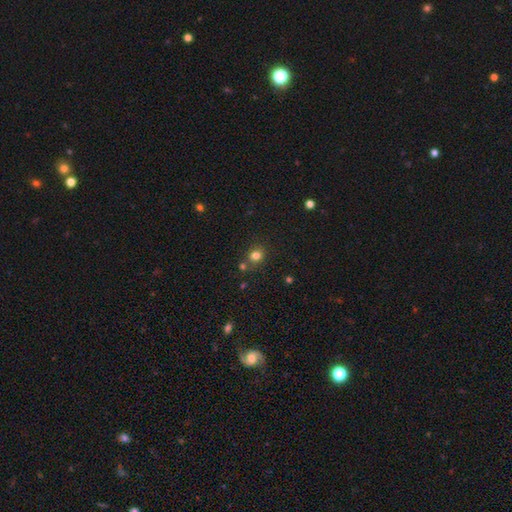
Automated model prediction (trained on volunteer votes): smooth_or_featured: smooth (p=0.80) [alt: star or artifact p=0.14]
how_rounded: round (p=0.73) [alt: in between p=0.26]
merging: none (p=0.71) [alt: merger p=0.15]